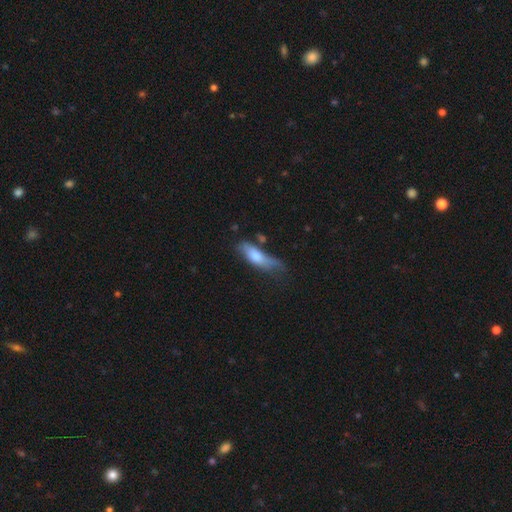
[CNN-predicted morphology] Smooth or featured? smooth (63%)
How rounded? cigar-shaped (51%)
Merging? none (39%)